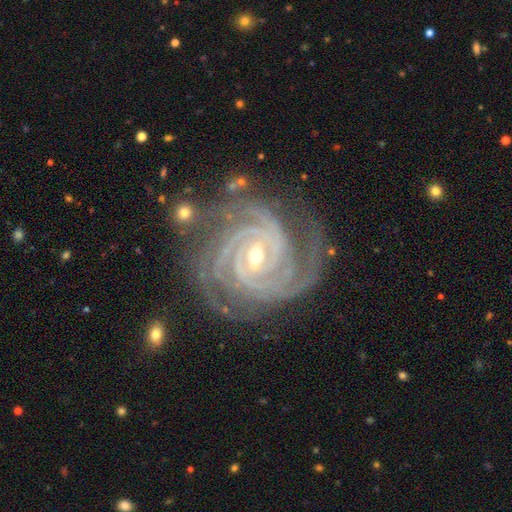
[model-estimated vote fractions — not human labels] A featured or disk galaxy (94%) with a weak bar (45%), 4 (32%) tight (83%) spiral arms (99%) and a small central bulge (53%). Merging: none (74%).